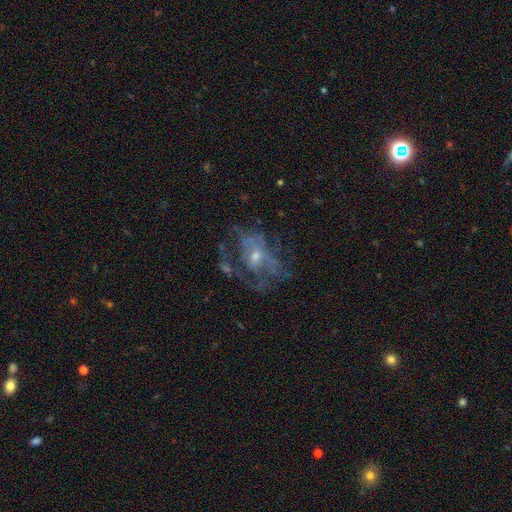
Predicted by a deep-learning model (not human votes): smooth_or_featured: featured or disk (p=0.71) [alt: smooth p=0.16]
disk_edge_on: no (p=0.97) [alt: yes p=0.03]
bar: no (p=0.71) [alt: weak p=0.24]
has_spiral_arms: yes (p=0.50) [tied with: no p=0.50]
bulge_size: small (p=0.53) [alt: moderate p=0.39]
merging: none (p=0.45) [alt: major disturbance p=0.32]